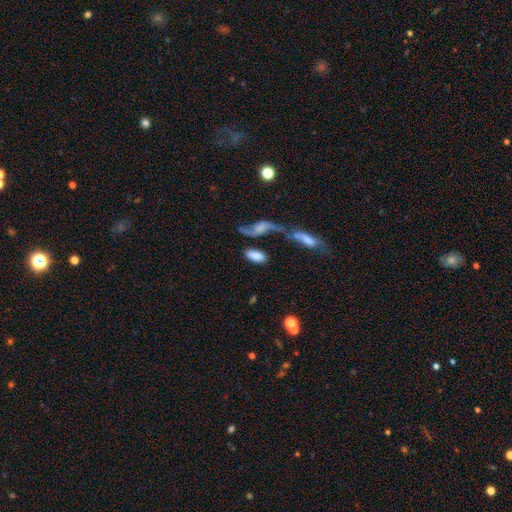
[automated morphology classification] Smooth or featured? Predicted: smooth (p=0.73). How rounded? Predicted: in between (p=0.84). Merging? Predicted: none (p=0.41).